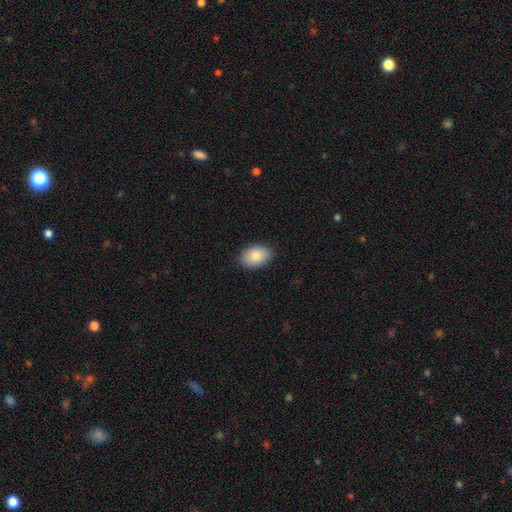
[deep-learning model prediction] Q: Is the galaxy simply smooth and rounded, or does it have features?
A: smooth — 85%.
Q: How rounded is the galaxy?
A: in between — 85%.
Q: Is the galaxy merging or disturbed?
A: none — 88%.